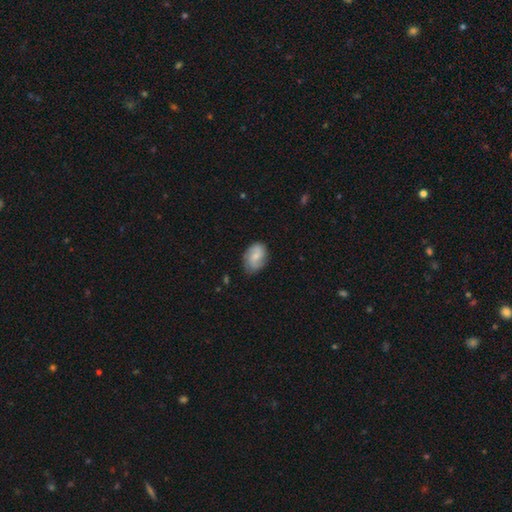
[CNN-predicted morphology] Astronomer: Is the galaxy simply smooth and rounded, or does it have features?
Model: smooth — 52% (runner-up: featured or disk, 41%).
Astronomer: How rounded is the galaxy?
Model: in between — 78%.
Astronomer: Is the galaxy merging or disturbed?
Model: none — 74%.